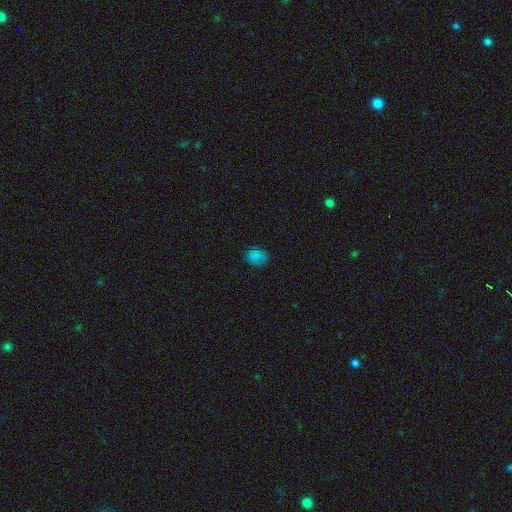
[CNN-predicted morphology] smooth-or-featured: smooth: 77% | star or artifact: 16% | featured or disk: 7%
  how-rounded: in between: 63% | round: 35% | cigar-shaped: 1%
  merging: none: 75% | minor disturbance: 19% | major disturbance: 5% | merger: 1%